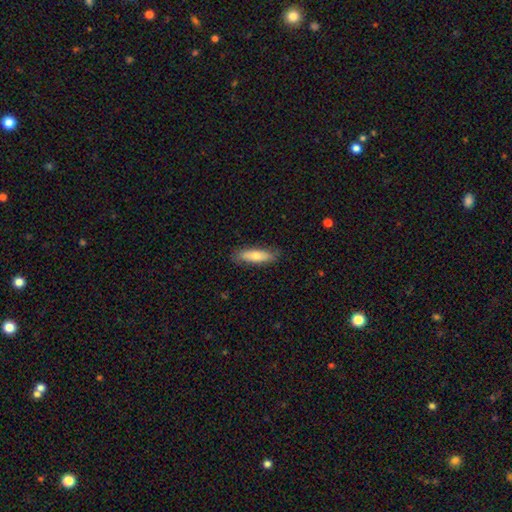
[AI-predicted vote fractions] This is likely a smooth galaxy (71%). How rounded: likely cigar-shaped (60%). Merging: clearly none (84%).